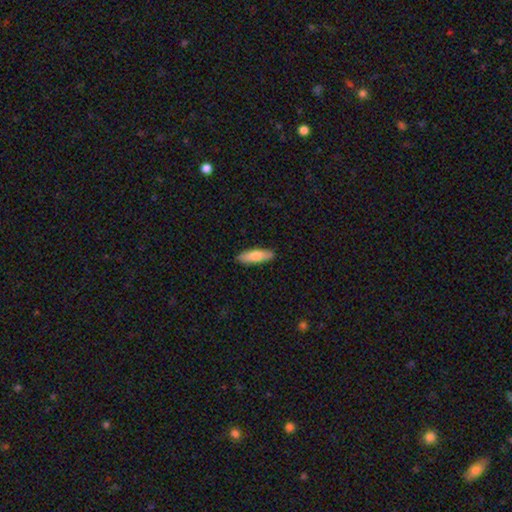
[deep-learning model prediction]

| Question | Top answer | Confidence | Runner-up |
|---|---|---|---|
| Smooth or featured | smooth | 78% | featured or disk (16%) |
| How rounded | cigar-shaped | 54% | in between (44%) |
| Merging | none | 88% | minor disturbance (9%) |